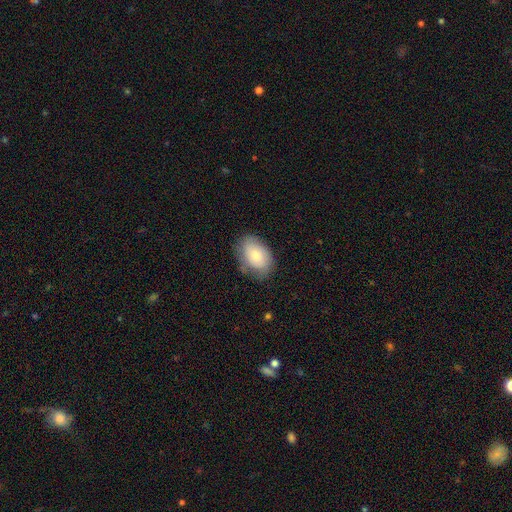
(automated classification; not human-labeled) Smooth or featured? Predicted: smooth (p=0.76). How rounded? Predicted: in between (p=0.86). Merging? Predicted: none (p=0.70).